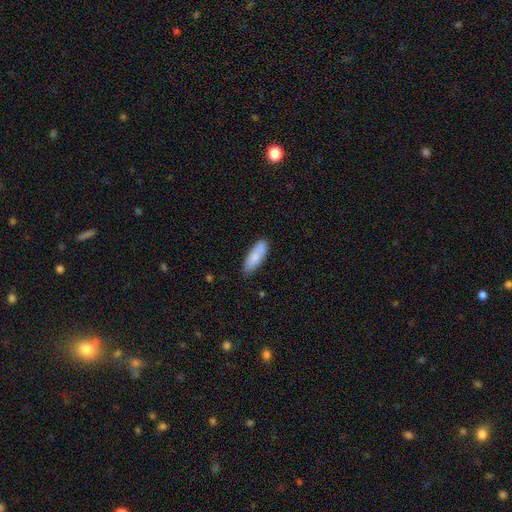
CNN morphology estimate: Q: Smooth or featured?
A: smooth (82%); runner-up: featured or disk (12%)
Q: How rounded?
A: in between (65%); runner-up: cigar-shaped (33%)
Q: Merging?
A: none (77%); runner-up: minor disturbance (16%)